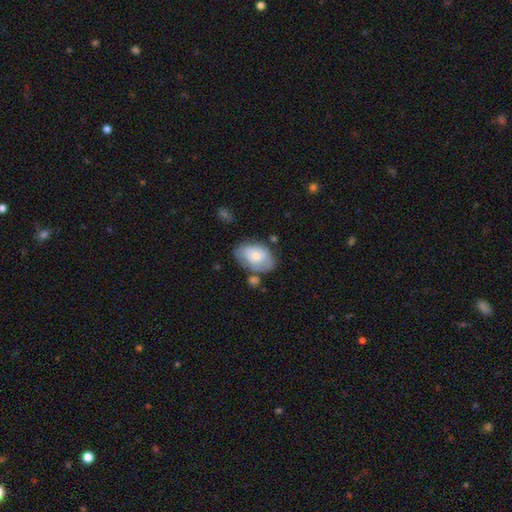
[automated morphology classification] The model was most divided on "smooth or featured": smooth: 57%, featured or disk: 37%, star or artifact: 6%. More confident: how rounded — in between (84%); merging — none (52%).